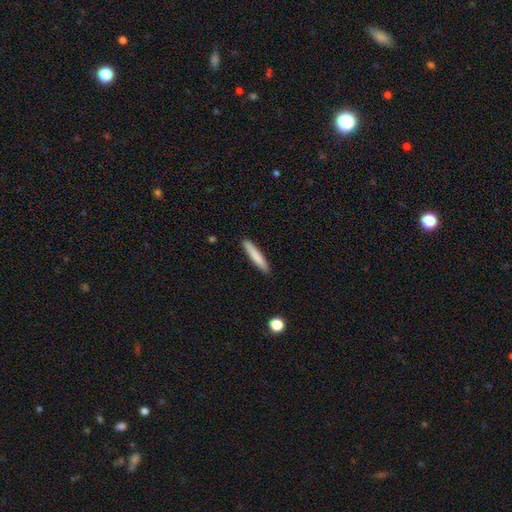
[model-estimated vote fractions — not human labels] Smooth or featured?
  - smooth: 79% *
  - featured or disk: 15%
  - star or artifact: 6%
How rounded?
  - cigar-shaped: 93% *
  - in between: 5%
  - round: 1%
Merging?
  - none: 90% *
  - minor disturbance: 8%
  - major disturbance: 1%
  - merger: 1%